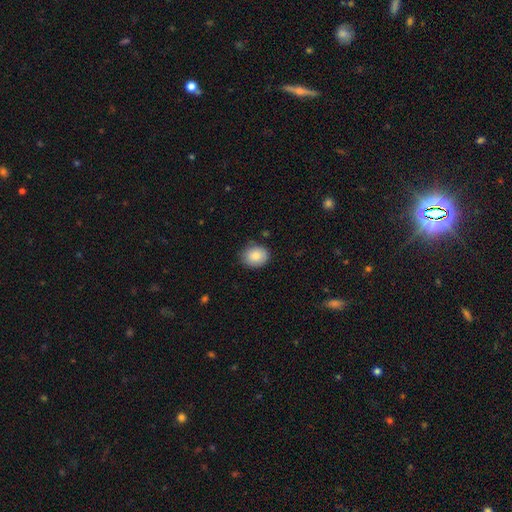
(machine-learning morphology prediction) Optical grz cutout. It shows a smooth galaxy with no disk features (86%) that is round (56%). Merging: none (82%).